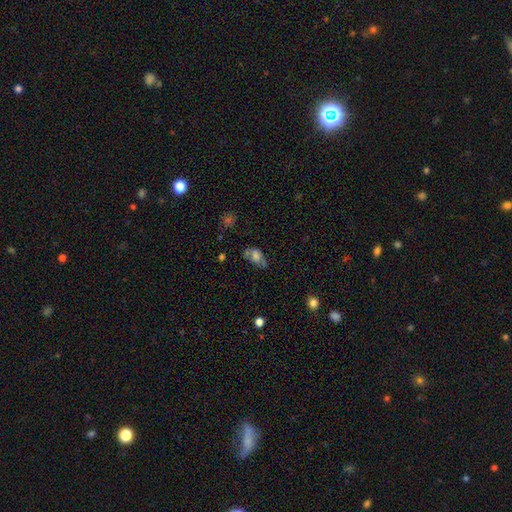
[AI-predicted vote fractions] Smooth or featured?
  - smooth: 63% *
  - featured or disk: 26%
  - star or artifact: 11%
How rounded?
  - in between: 87% *
  - round: 10%
  - cigar-shaped: 3%
Merging?
  - none: 43% *
  - minor disturbance: 31%
  - major disturbance: 15%
  - merger: 10%